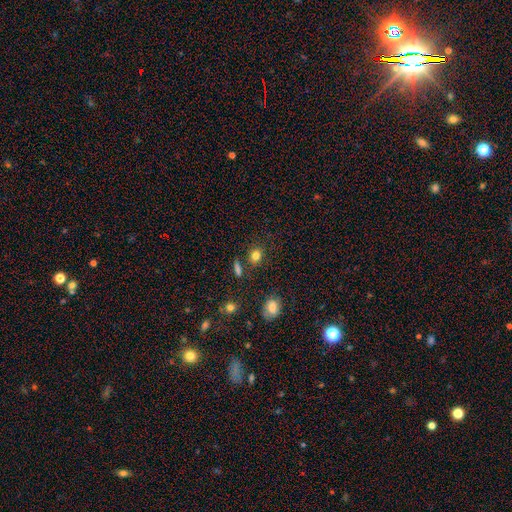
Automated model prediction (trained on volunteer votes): Smooth or featured? Predicted: smooth (p=0.81). How rounded? Predicted: round (p=0.56). Merging? Predicted: none (p=0.80).